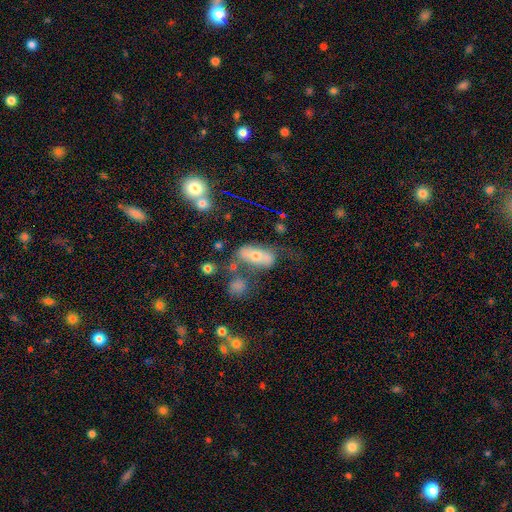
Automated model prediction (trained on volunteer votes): Smooth or featured?
  - smooth: 56% *
  - featured or disk: 33%
  - star or artifact: 11%
How rounded?
  - in between: 80% *
  - cigar-shaped: 14%
  - round: 6%
Merging?
  - none: 42% *
  - minor disturbance: 21%
  - major disturbance: 19%
  - merger: 17%